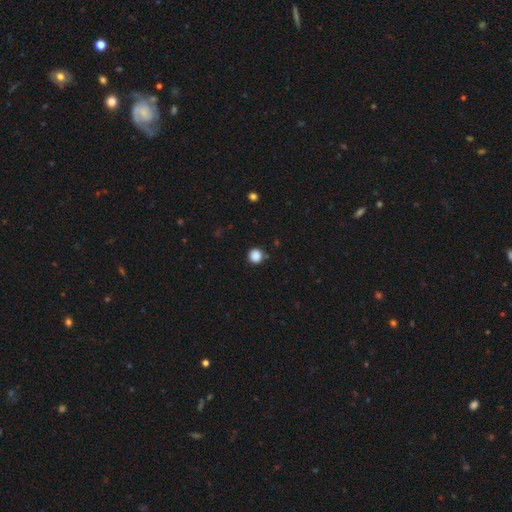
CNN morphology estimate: Smooth or featured? smooth (87%)
How rounded? round (92%)
Merging? none (85%)